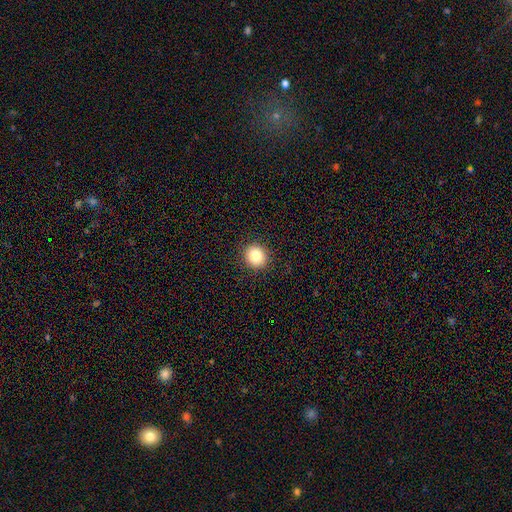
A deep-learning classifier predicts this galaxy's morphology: Smooth or featured? smooth (85%)
How rounded? round (82%)
Merging? none (91%)